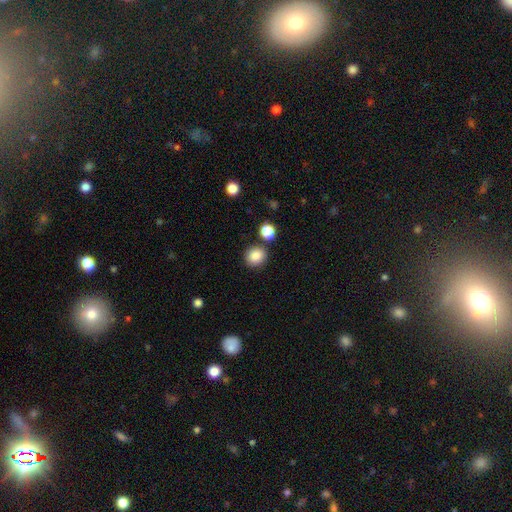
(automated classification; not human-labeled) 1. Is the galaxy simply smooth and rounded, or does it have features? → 86% smooth, 10% star or artifact, 4% featured or disk.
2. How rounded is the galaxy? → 83% round, 16% in between, 1% cigar-shaped.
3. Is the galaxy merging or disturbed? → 83% none, 8% minor disturbance, 6% merger, 3% major disturbance.